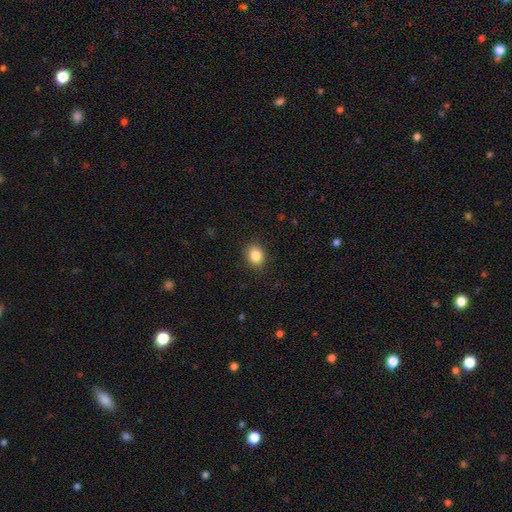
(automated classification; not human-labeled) Smooth or featured? smooth (86%)
How rounded? round (51%)
Merging? none (88%)